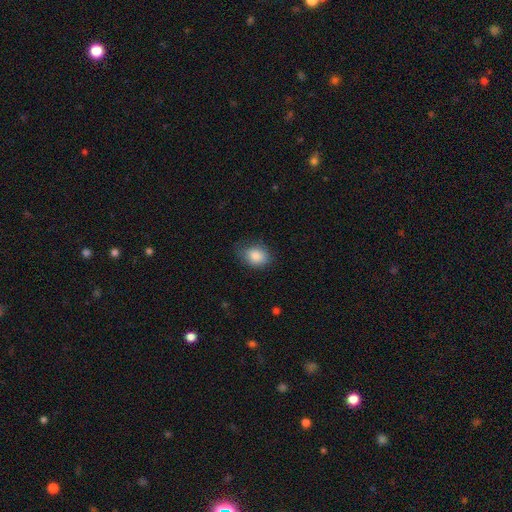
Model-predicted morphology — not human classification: This is clearly a smooth galaxy (85%). How rounded: likely in between (65%). Merging: likely none (66%).